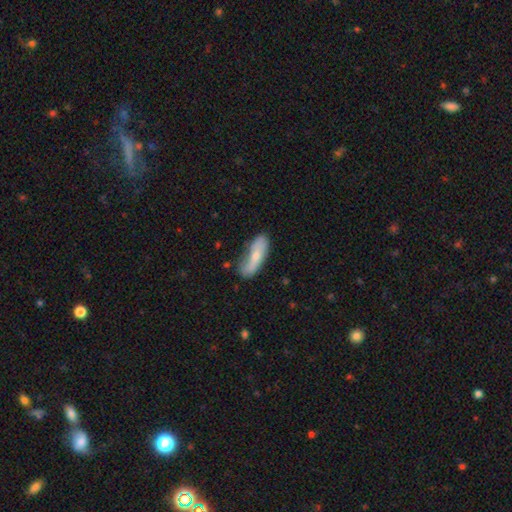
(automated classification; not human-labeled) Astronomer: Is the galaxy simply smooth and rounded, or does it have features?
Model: smooth — 61%.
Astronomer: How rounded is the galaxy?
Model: in between — 56% (runner-up: cigar-shaped, 41%).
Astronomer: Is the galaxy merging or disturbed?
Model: none — 55% (runner-up: minor disturbance, 30%).